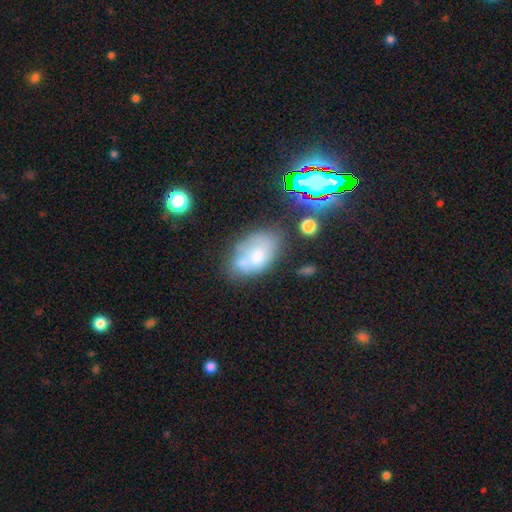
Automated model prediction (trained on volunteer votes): Smooth or featured? Predicted: smooth (p=0.60). How rounded? Predicted: in between (p=0.90). Merging? Predicted: none (p=0.44).